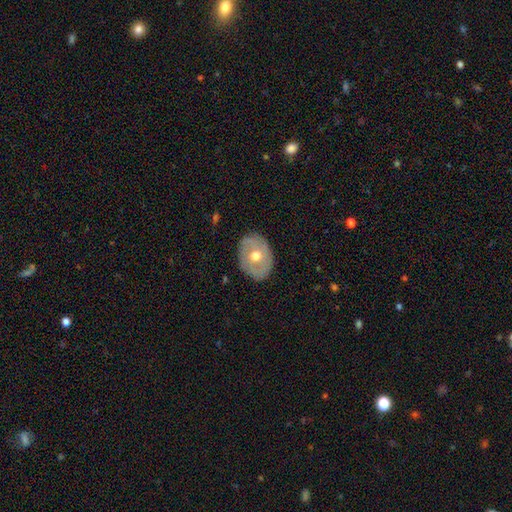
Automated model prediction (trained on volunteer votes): Q: Smooth or featured?
A: featured or disk (53%); runner-up: smooth (40%)
Q: Edge-on disk?
A: no (92%); runner-up: yes (8%)
Q: Merging?
A: none (82%); runner-up: minor disturbance (13%)